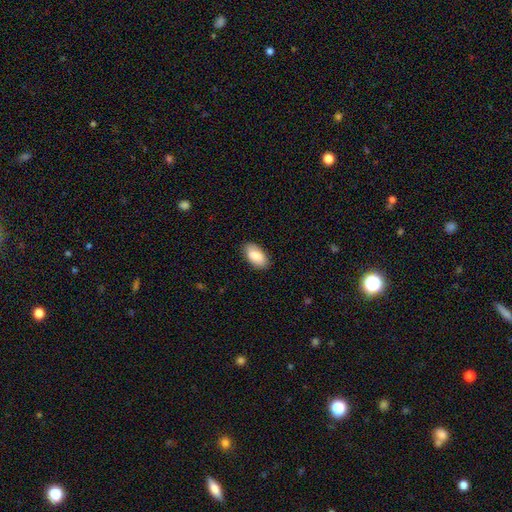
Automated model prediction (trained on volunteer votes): Smooth or featured: smooth — 86% (featured or disk — 8%)
How rounded: in between — 95% (round — 3%)
Merging: none — 88% (minor disturbance — 9%)